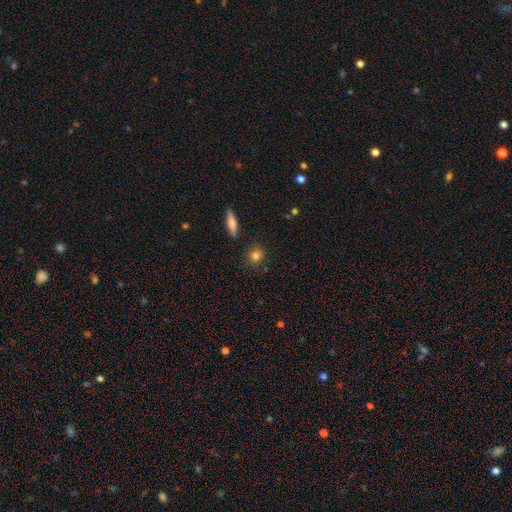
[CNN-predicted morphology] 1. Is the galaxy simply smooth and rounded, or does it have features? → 82% smooth, 10% star or artifact, 8% featured or disk.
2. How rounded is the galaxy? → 79% round, 18% in between, 3% cigar-shaped.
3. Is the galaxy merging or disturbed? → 87% none, 9% minor disturbance, 2% major disturbance, 2% merger.